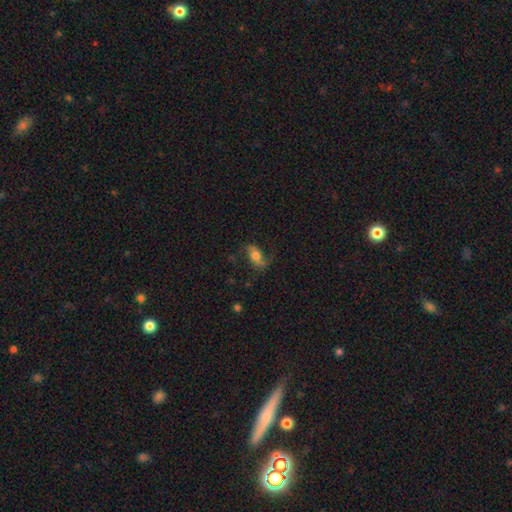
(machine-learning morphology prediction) The model was most divided on "smooth or featured": featured or disk: 54%, smooth: 37%, star or artifact: 9%. More confident: edge-on disk — no (90%); merging — none (65%).